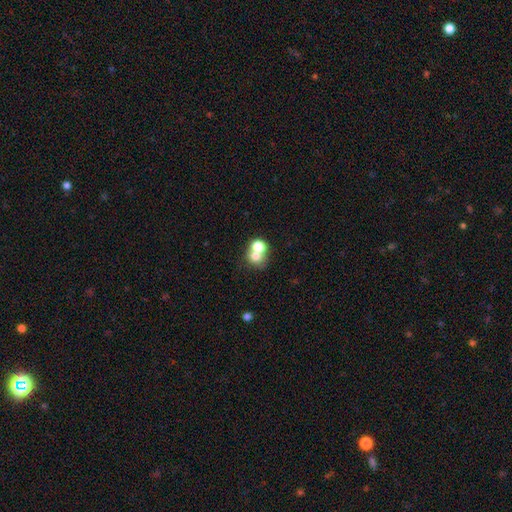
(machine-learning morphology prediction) Overall: smooth (70%). How rounded: round (73%). Merging: merger (54%; none 35%).